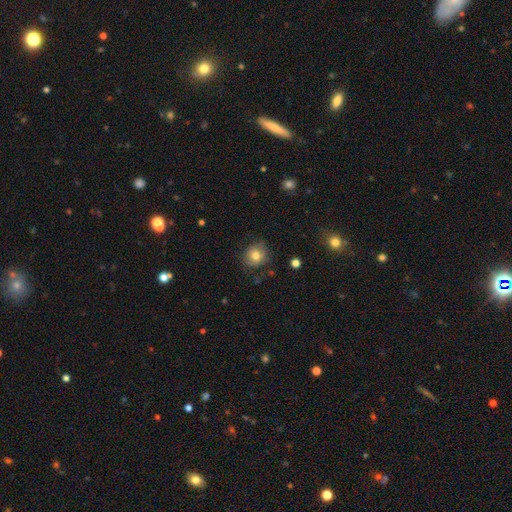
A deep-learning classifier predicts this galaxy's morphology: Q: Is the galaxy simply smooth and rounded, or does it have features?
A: smooth — 75%.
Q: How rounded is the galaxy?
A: round — 79%.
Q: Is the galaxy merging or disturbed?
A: none — 76%.